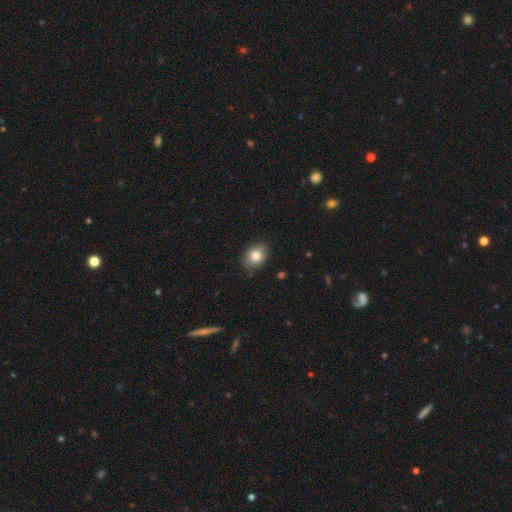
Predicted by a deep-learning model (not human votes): Smooth or featured? Predicted: smooth (p=0.82). How rounded? Predicted: in between (p=0.68). Merging? Predicted: none (p=0.84).